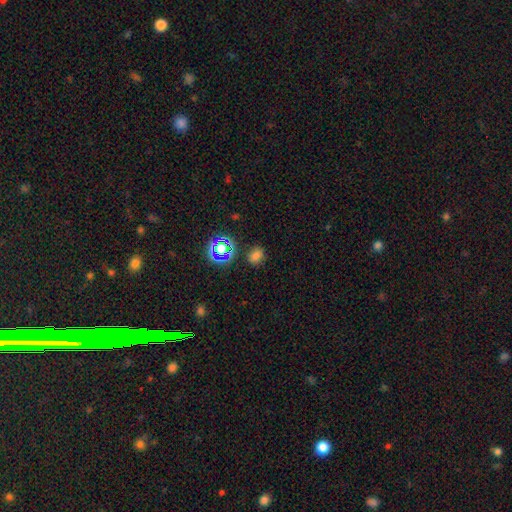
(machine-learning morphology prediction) This is likely a smooth galaxy (67%). How rounded: possibly in between (57%). Merging: clearly none (80%).